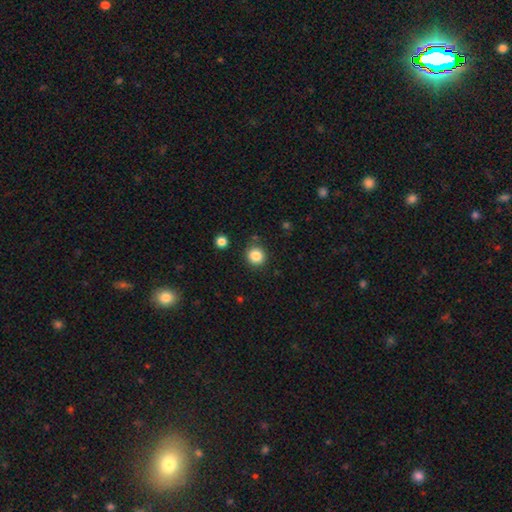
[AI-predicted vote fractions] Smooth or featured: smooth — 85% (star or artifact — 11%)
How rounded: round — 88% (in between — 11%)
Merging: none — 85% (minor disturbance — 9%)